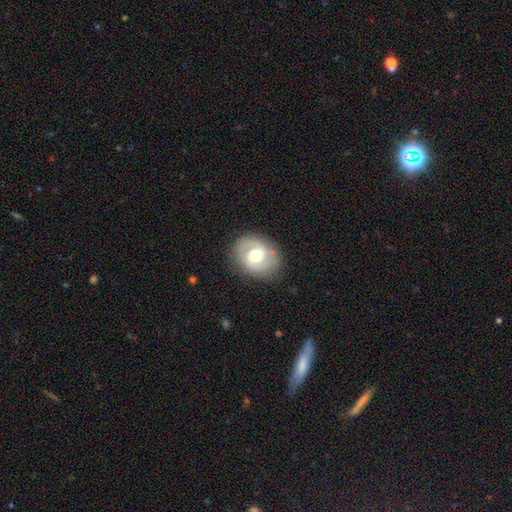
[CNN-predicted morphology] Overall: featured or disk (54%; smooth 39%). Edge-on disk: no (96%). Bar: no (45%; weak 42%). Spiral arms: yes (61%; no 39%). Bulge size: moderate (67%). Merging: none (80%).